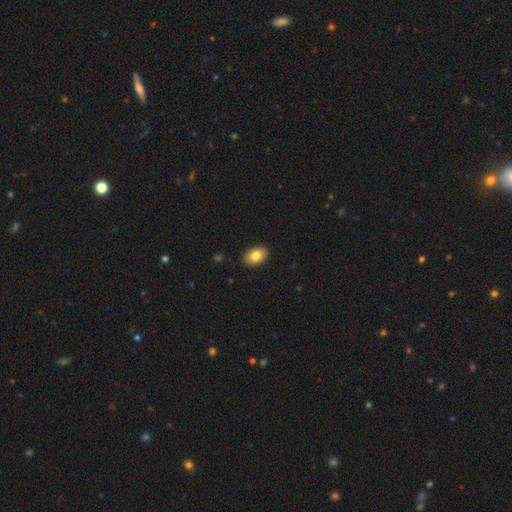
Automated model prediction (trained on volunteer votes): This appears to be a smooth galaxy with no disk features (82%) that is in between round and cigar-shaped (86%). Merging: none (89%).